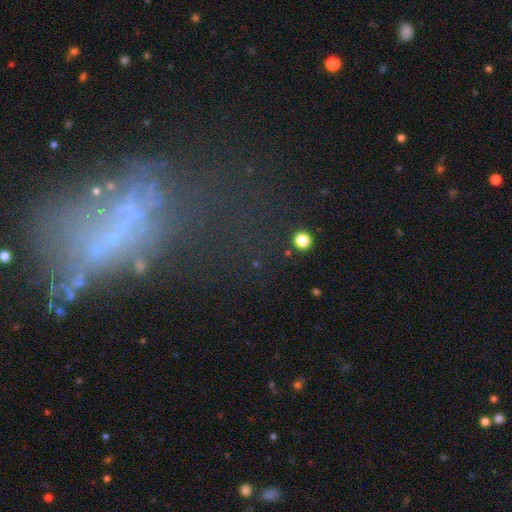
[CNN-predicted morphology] Smooth or featured? Predicted: featured or disk (p=0.43). Merging? Predicted: major disturbance (p=0.36).